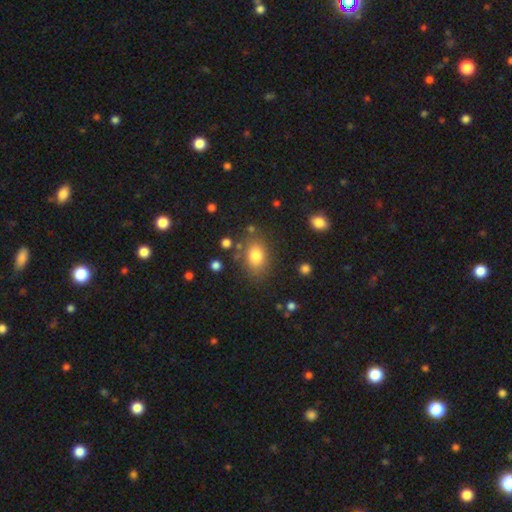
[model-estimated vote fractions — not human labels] This appears to be a smooth galaxy with no disk features (80%) that is in between round and cigar-shaped (75%). Merging: none (77%).